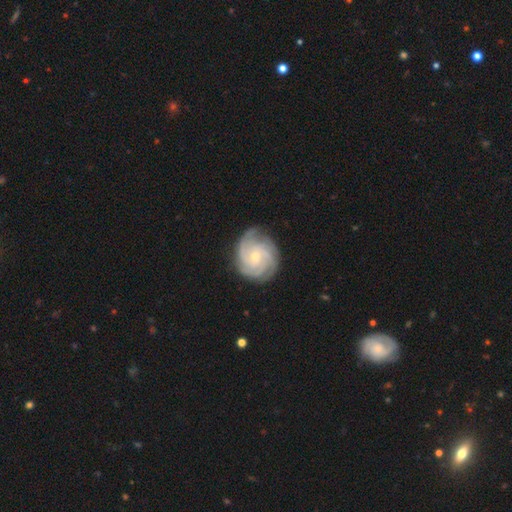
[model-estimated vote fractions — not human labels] Smooth or featured? Predicted: featured or disk (p=0.87). Edge-on disk? Predicted: no (p=0.98). Bar? Predicted: no (p=0.66). Spiral arms? Predicted: yes (p=0.98). Spiral winding? Predicted: tight (p=0.73). Spiral arm count? Predicted: 4 (p=0.31). Bulge size? Predicted: small (p=0.63). Merging? Predicted: none (p=0.80).